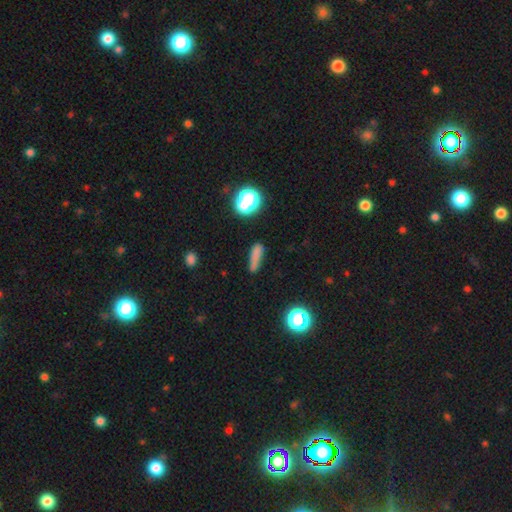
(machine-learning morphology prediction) This appears to be a smooth galaxy with no disk features (70%) that is cigar-shaped (65%). Merging: none (55%).